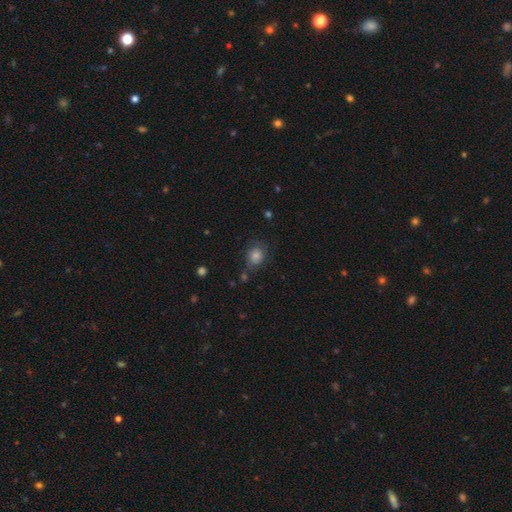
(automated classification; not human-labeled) This appears to be a smooth galaxy with no disk features (68%) that is round (67%). Merging: none (68%).